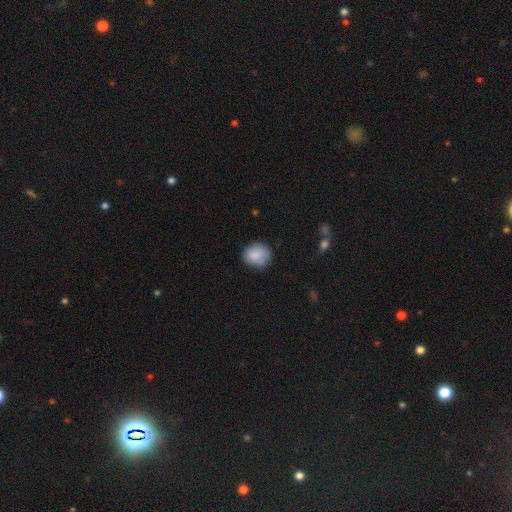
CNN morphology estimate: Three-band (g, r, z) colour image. It shows a smooth galaxy with no disk features (83%) that is round (65%). Merging: none (70%).